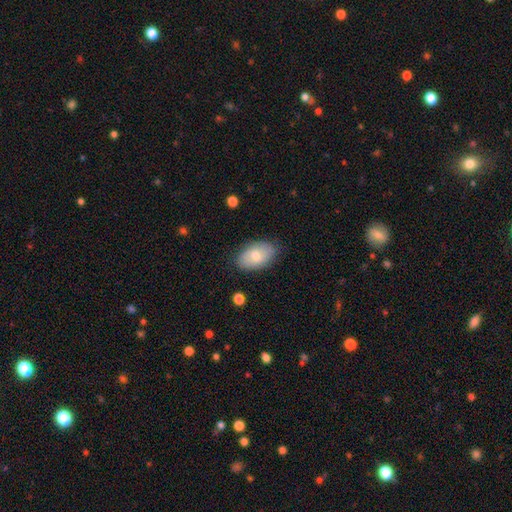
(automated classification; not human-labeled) Smooth or featured: smooth — 68% (featured or disk — 25%)
How rounded: in between — 92% (round — 7%)
Merging: none — 81% (minor disturbance — 15%)